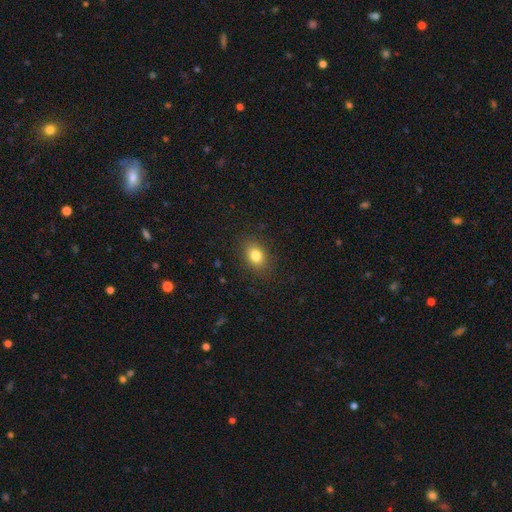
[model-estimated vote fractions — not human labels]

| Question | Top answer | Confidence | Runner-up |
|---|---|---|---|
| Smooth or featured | smooth | 82% | star or artifact (11%) |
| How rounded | in between | 64% | round (35%) |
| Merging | none | 87% | minor disturbance (9%) |